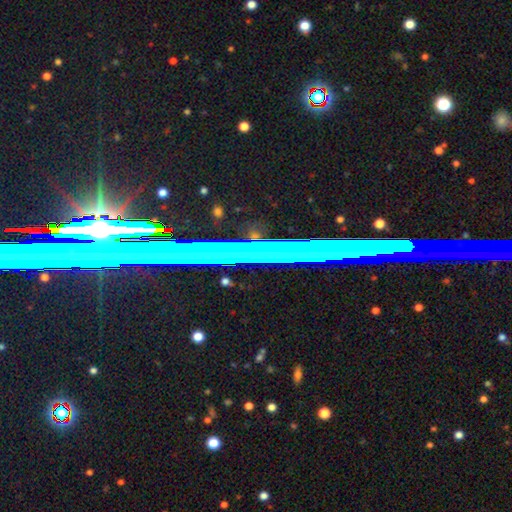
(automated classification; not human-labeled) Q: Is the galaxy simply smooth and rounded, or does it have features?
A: star or artifact — 68%.